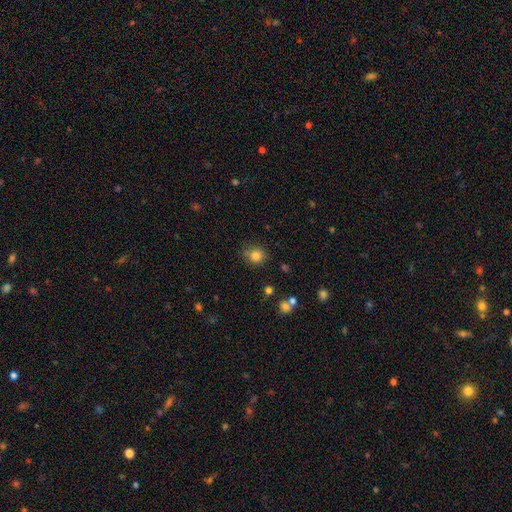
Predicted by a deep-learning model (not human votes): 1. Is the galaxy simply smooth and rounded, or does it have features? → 82% smooth, 12% star or artifact, 6% featured or disk.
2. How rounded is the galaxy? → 81% round, 18% in between, 1% cigar-shaped.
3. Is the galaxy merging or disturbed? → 77% none, 17% minor disturbance, 4% major disturbance, 3% merger.